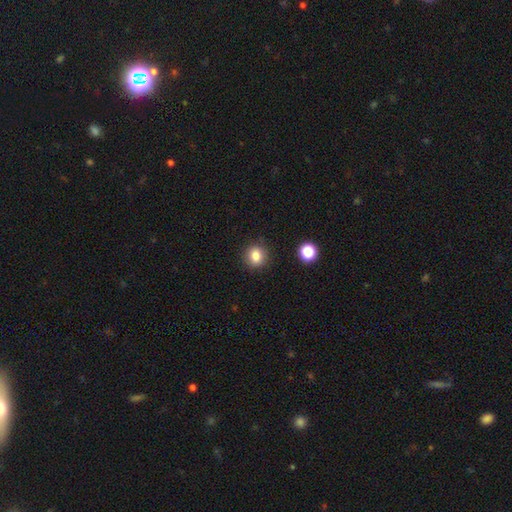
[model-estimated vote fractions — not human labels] smooth 83%, star or artifact 11%, featured or disk 6%. Down the decision tree: how rounded — round (79%); merging — none (88%).